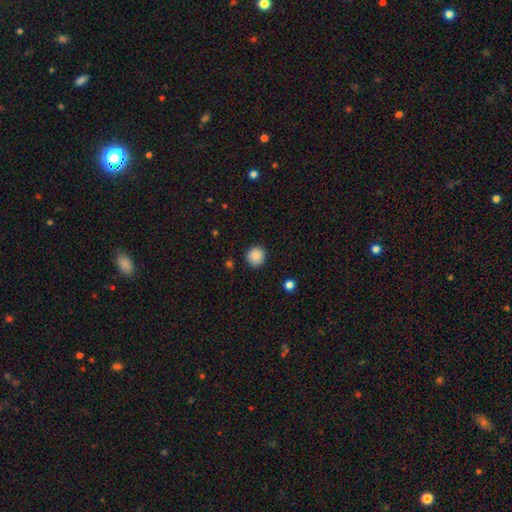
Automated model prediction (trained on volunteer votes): This is clearly a smooth galaxy (88%). How rounded: clearly round (93%). Merging: clearly none (90%).